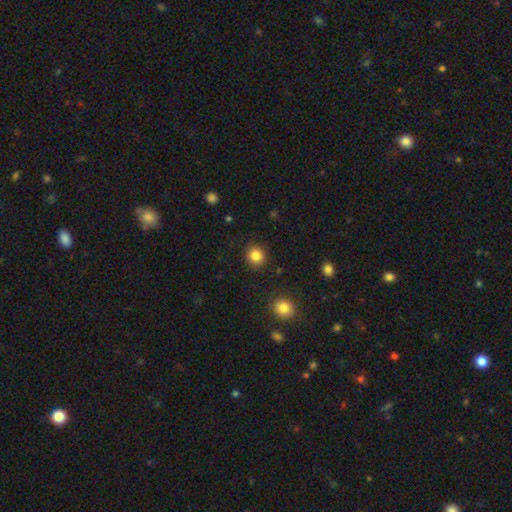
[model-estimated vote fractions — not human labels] The model was most divided on "smooth or featured": smooth: 85%, star or artifact: 10%, featured or disk: 4%. More confident: merging — none (91%); how rounded — round (89%).